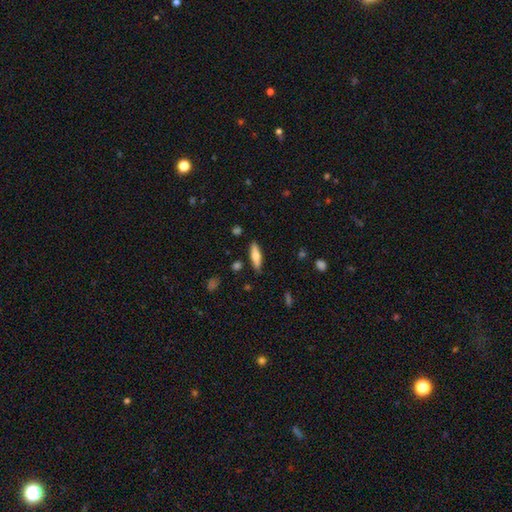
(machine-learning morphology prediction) Smooth or featured: smooth — 60% (featured or disk — 34%)
How rounded: cigar-shaped — 64% (in between — 34%)
Merging: none — 85% (minor disturbance — 10%)